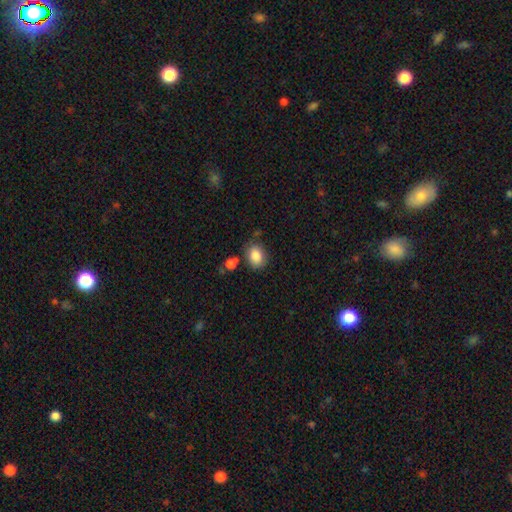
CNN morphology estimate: This appears to be a smooth galaxy with no disk features (86%) that is in between round and cigar-shaped (56%). Merging: none (72%).